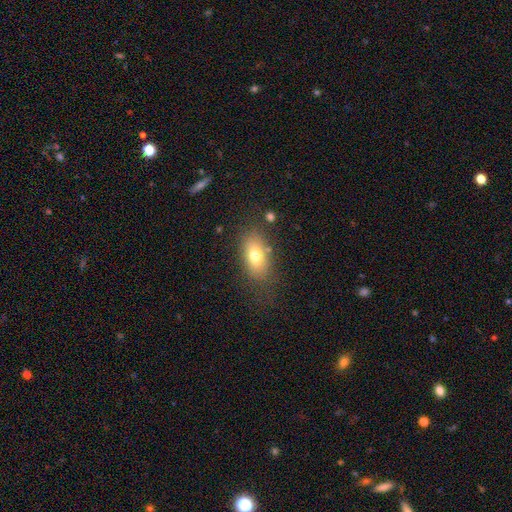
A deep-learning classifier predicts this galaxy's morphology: Smooth or featured? Predicted: smooth (p=0.74). How rounded? Predicted: in between (p=0.85). Merging? Predicted: none (p=0.76).